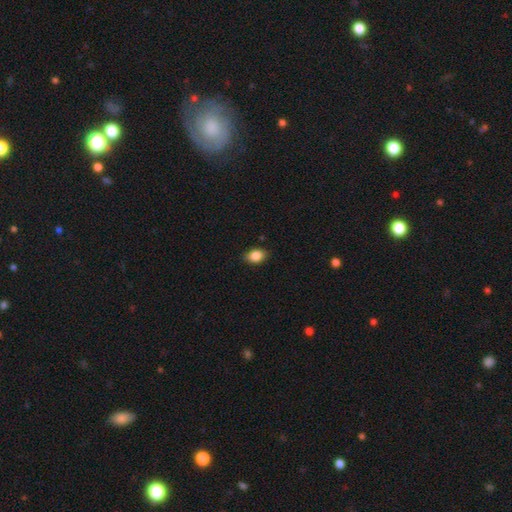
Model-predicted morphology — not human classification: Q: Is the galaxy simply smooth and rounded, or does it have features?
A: smooth — 86%.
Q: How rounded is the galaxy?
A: in between — 78%.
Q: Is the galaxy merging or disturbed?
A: none — 85%.